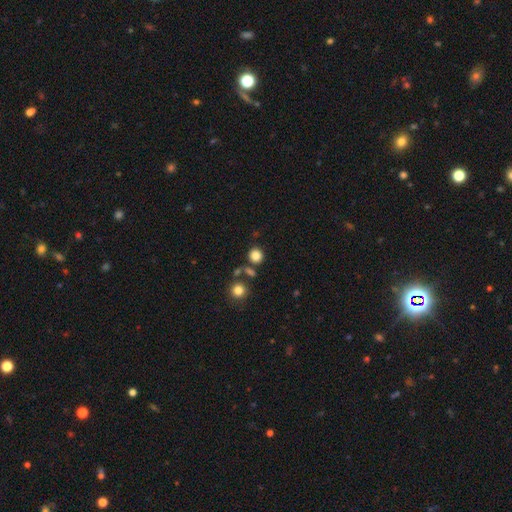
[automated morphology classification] smooth 83%, star or artifact 13%, featured or disk 5%. Down the decision tree: how rounded — round (90%); merging — none (77%).